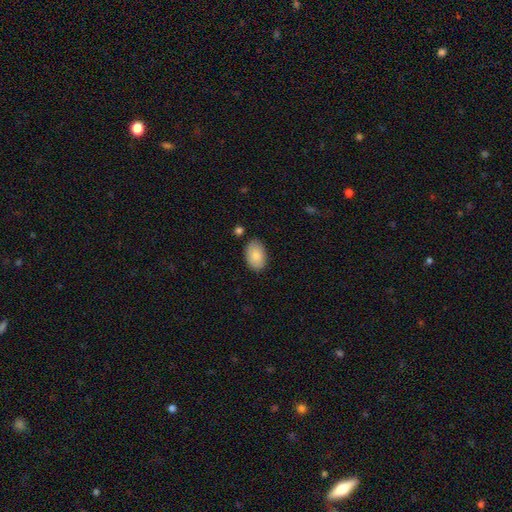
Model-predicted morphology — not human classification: A smooth galaxy with no disk features (85%) that is in between round and cigar-shaped (91%). Merging: none (85%).